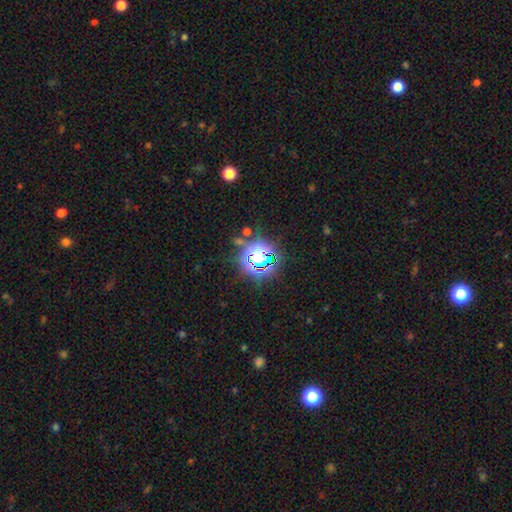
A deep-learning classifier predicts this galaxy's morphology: A star or artifact, not a galaxy (69%).

Vote fractions:
- Smooth or featured? star or artifact: 69% / smooth: 21% / featured or disk: 10%